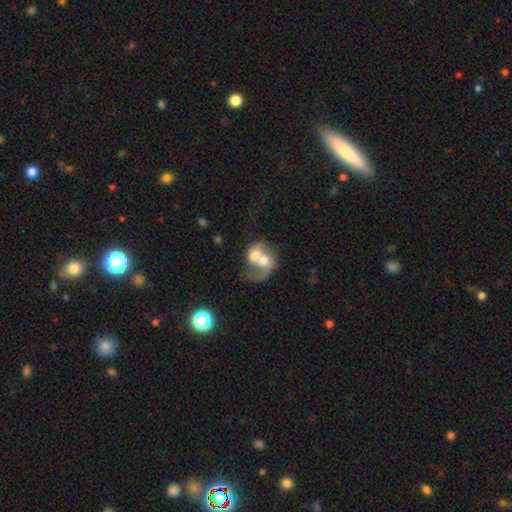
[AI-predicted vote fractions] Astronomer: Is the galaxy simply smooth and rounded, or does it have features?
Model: featured or disk — 53% (runner-up: smooth, 39%).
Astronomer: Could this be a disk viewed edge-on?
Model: no — 97%.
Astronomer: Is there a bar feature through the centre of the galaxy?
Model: no — 78%.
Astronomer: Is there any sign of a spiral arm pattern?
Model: yes — 61% (runner-up: no, 39%).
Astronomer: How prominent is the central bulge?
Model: moderate — 50% (runner-up: large, 26%).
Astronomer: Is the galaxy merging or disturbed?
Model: merger — 79%.